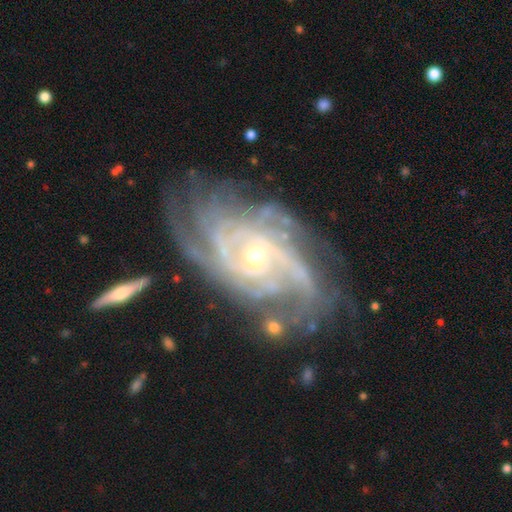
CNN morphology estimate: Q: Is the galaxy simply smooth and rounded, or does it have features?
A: featured or disk — 91%.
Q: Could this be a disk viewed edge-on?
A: no — 96%.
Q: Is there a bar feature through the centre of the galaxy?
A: no — 68%.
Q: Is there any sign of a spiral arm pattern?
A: yes — 98%.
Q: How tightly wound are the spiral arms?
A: tight — 63%.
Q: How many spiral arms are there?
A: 4 — 23%.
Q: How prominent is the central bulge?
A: small — 72%.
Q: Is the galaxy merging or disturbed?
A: none — 67%.